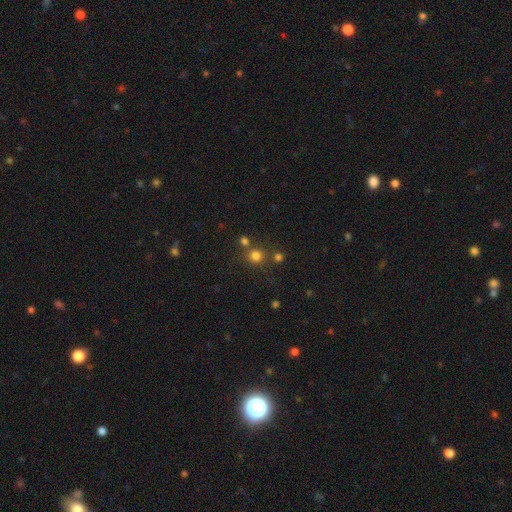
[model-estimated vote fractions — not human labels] Q: Smooth or featured?
A: smooth (76%); runner-up: star or artifact (18%)
Q: How rounded?
A: round (91%); runner-up: in between (8%)
Q: Merging?
A: none (72%); runner-up: merger (17%)